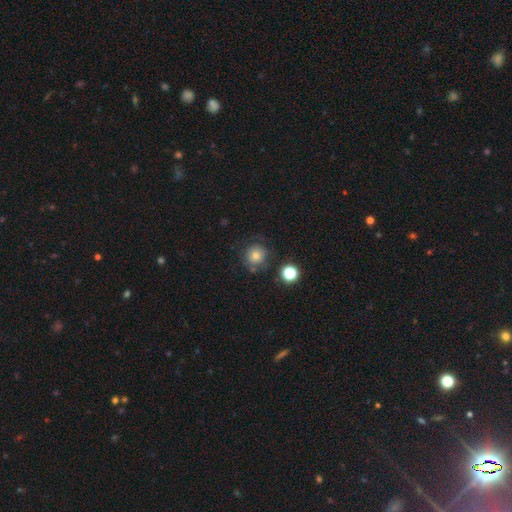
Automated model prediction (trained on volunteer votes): A smooth galaxy with no disk features (73%) that is round (92%). Merging: none (74%).